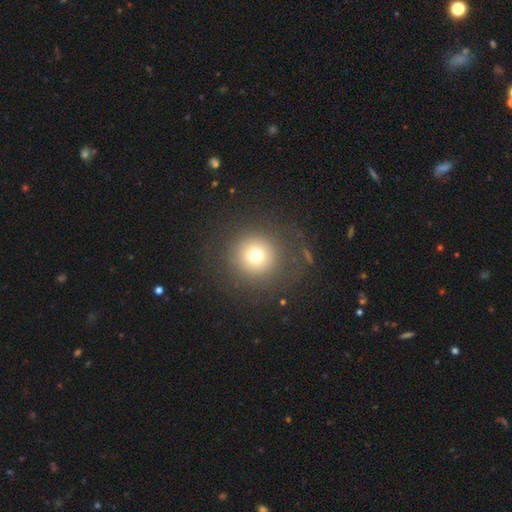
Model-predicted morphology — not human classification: Smooth or featured? smooth (68%)
How rounded? round (95%)
Merging? none (79%)